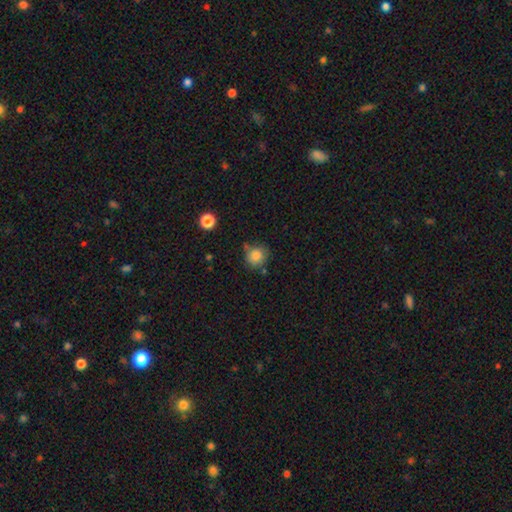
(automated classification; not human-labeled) Q: Smooth or featured?
A: smooth (84%); runner-up: star or artifact (10%)
Q: How rounded?
A: round (85%); runner-up: in between (14%)
Q: Merging?
A: none (67%); runner-up: minor disturbance (19%)